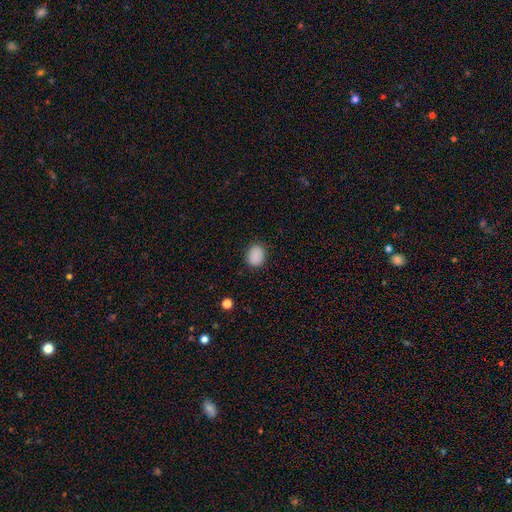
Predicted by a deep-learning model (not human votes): smooth-or-featured: smooth: 88% | star or artifact: 9% | featured or disk: 3%
  how-rounded: round: 53% | in between: 46% | cigar-shaped: 1%
  merging: none: 87% | minor disturbance: 9% | major disturbance: 2% | merger: 1%